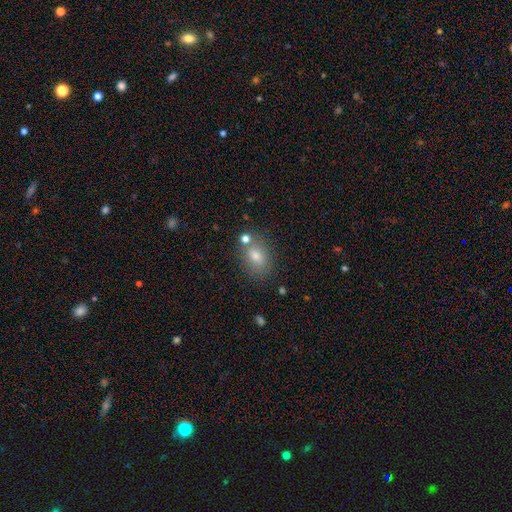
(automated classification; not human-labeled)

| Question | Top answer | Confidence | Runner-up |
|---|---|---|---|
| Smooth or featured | smooth | 73% | star or artifact (14%) |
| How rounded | in between | 67% | round (32%) |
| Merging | none | 73% | minor disturbance (13%) |